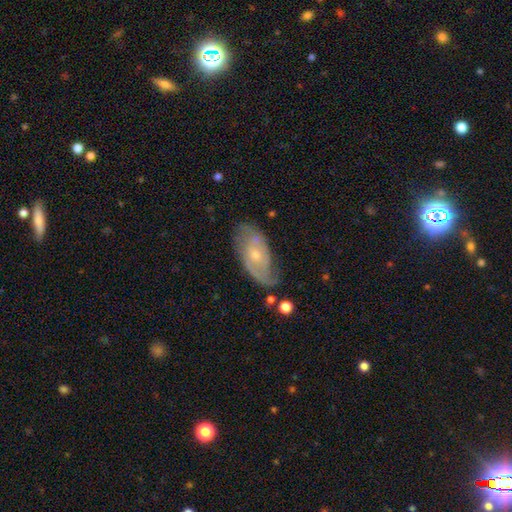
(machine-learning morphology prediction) Smooth or featured: featured or disk — 71% (smooth — 23%)
Edge-on disk: no — 92% (yes — 8%)
Bar: no — 67% (weak — 29%)
Spiral arms: yes — 84% (no — 16%)
Spiral winding: medium — 41% (tight — 40%)
Spiral arm count: 2 — 58% (can't tell — 26%)
Bulge size: small — 61% (moderate — 35%)
Merging: none — 60% (minor disturbance — 26%)